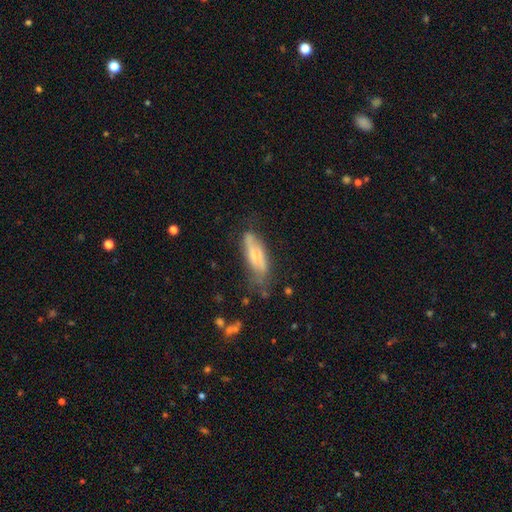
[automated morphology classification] smooth-or-featured: smooth: 47% | featured or disk: 46% | star or artifact: 7%
  merging: none: 54% | minor disturbance: 31% | major disturbance: 12% | merger: 3%